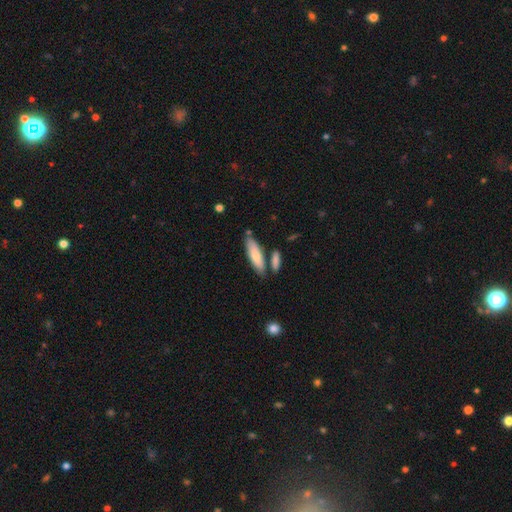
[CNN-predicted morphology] Smooth or featured? smooth (76%)
How rounded? cigar-shaped (52%)
Merging? none (72%)